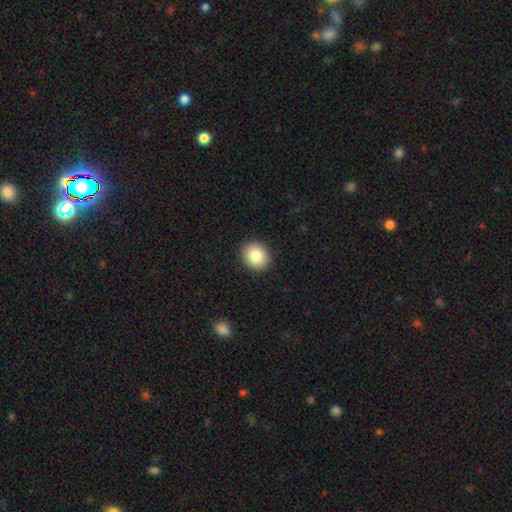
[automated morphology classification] smooth-or-featured: smooth: 84% | star or artifact: 8% | featured or disk: 8%
  how-rounded: round: 74% | in between: 26% | cigar-shaped: 1%
  merging: none: 91% | minor disturbance: 7% | major disturbance: 2% | merger: 1%